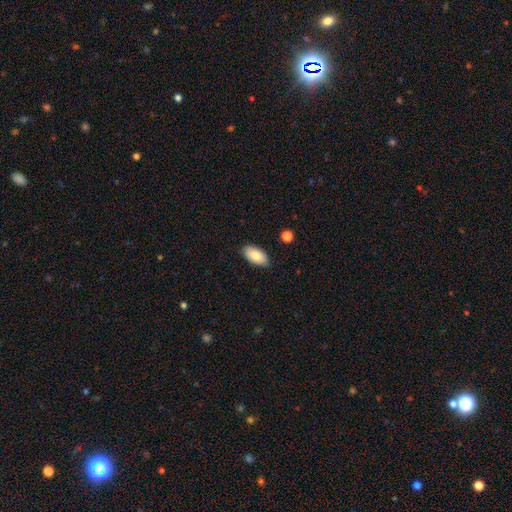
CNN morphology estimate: Q: Smooth or featured?
A: smooth (81%); runner-up: featured or disk (13%)
Q: How rounded?
A: in between (94%); runner-up: cigar-shaped (3%)
Q: Merging?
A: none (86%); runner-up: minor disturbance (11%)